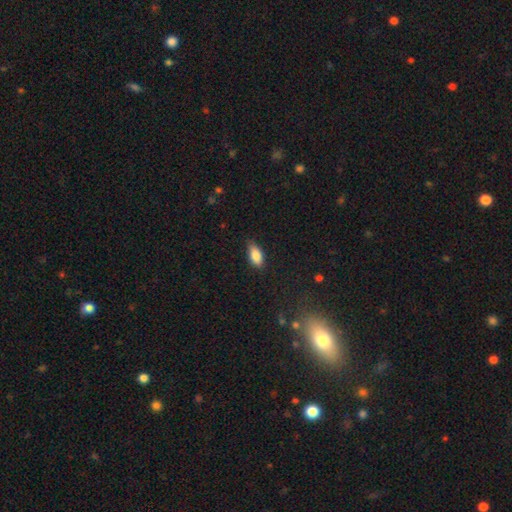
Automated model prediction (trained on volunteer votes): Morphology: type=smooth (85%); roundness=in between (88%); merging=none (75%).